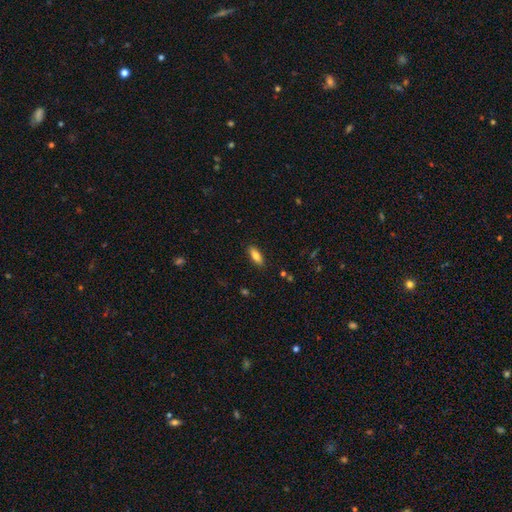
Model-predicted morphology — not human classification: This appears to be a smooth galaxy with no disk features (82%) that is in between round and cigar-shaped (76%). Merging: none (87%).